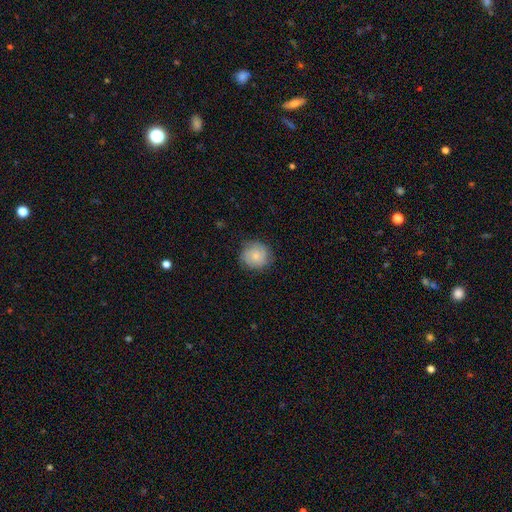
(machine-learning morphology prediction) This is likely a smooth galaxy (69%). How rounded: clearly round (88%). Merging: likely none (79%).